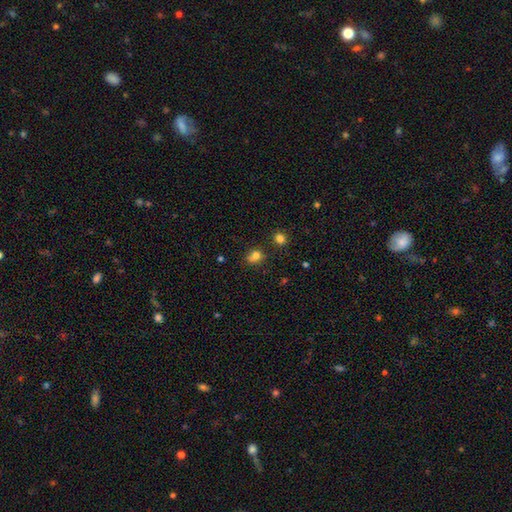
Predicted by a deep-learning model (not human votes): A smooth galaxy with no disk features (77%) that is round (60%). Merging: none (63%).